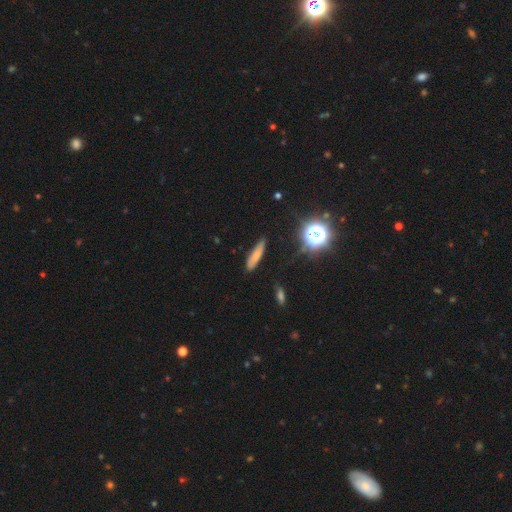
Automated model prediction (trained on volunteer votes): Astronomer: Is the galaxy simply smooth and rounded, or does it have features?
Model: smooth — 70%.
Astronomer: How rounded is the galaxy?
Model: cigar-shaped — 79%.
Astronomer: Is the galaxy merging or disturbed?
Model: none — 82%.